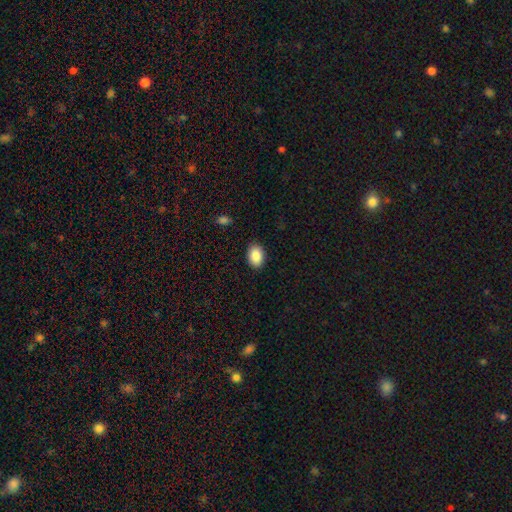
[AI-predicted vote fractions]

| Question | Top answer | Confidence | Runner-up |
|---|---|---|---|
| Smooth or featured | smooth | 88% | star or artifact (7%) |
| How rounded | in between | 83% | round (16%) |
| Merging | none | 89% | minor disturbance (8%) |